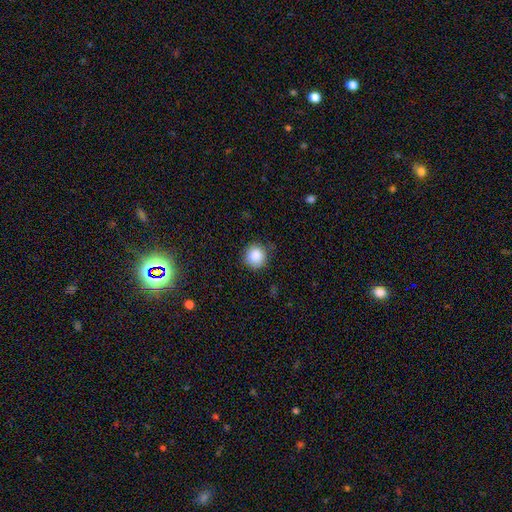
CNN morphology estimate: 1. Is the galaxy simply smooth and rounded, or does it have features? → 87% smooth, 9% star or artifact, 4% featured or disk.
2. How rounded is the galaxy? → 92% round, 7% in between, 1% cigar-shaped.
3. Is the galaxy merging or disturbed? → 81% none, 15% minor disturbance, 3% major disturbance, 1% merger.